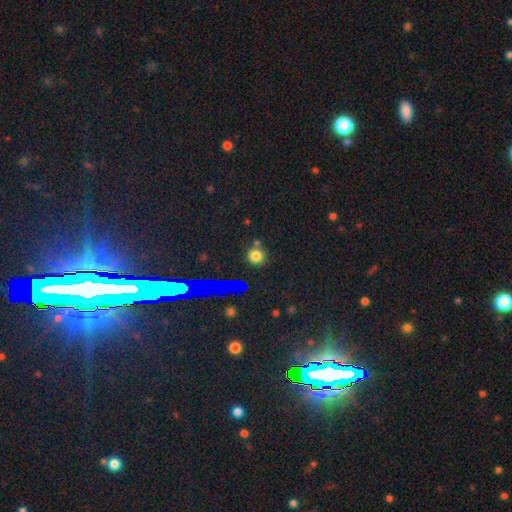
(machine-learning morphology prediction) smooth 74%, star or artifact 19%, featured or disk 6%. Down the decision tree: how rounded — round (93%); merging — none (81%).